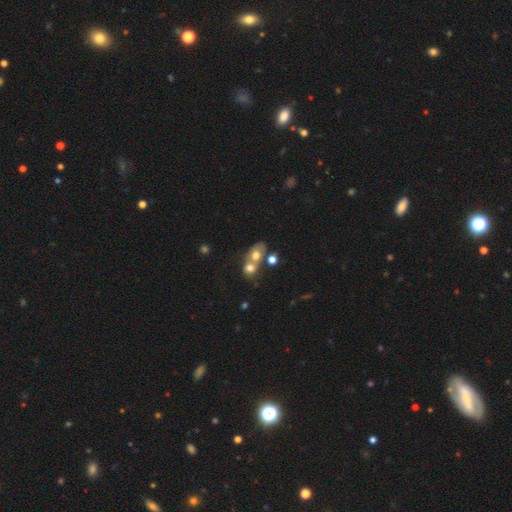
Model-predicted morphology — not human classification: Overall: smooth (63%; featured or disk 25%). How rounded: in between (52%; round 46%). Merging: merger (64%).